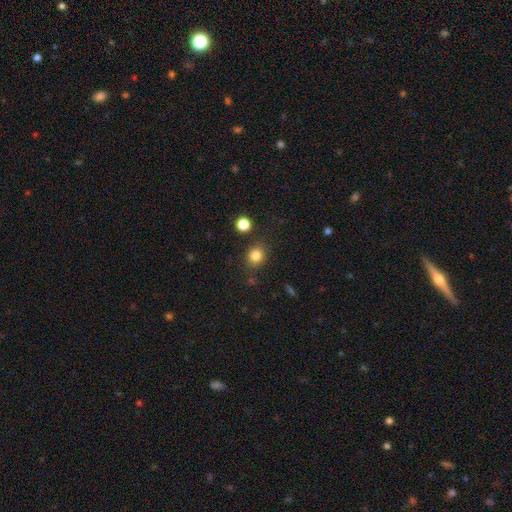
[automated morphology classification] A smooth galaxy with no disk features (83%) that is round (74%). Merging: none (83%).